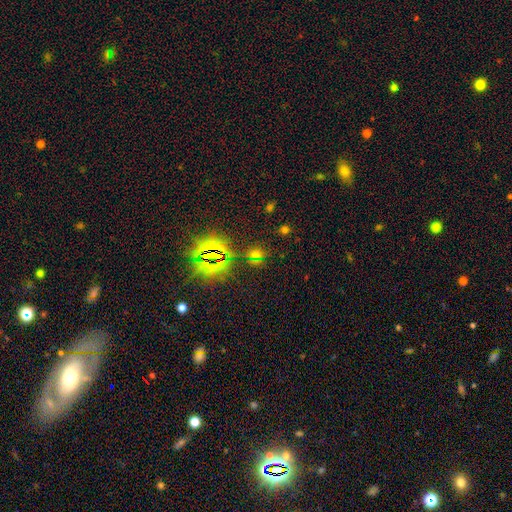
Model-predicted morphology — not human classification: type=star or artifact (58%).